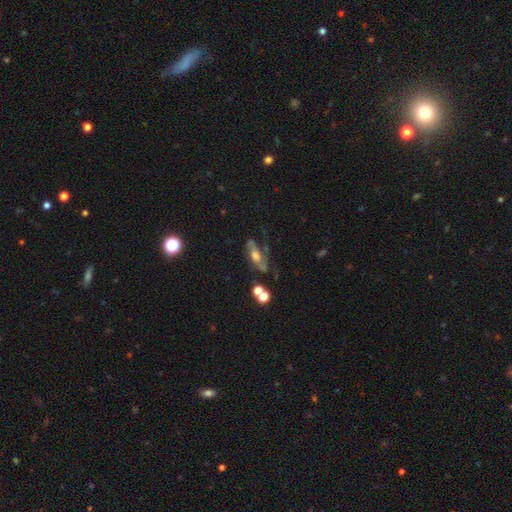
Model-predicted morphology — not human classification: Smooth or featured?
  - featured or disk: 67% *
  - smooth: 22%
  - star or artifact: 11%
Edge-on disk?
  - no: 87% *
  - yes: 13%
Bar?
  - no: 63% *
  - weak: 27%
  - strong: 10%
Spiral arms?
  - yes: 80% *
  - no: 20%
Bulge size?
  - moderate: 50% *
  - large: 25%
  - small: 16%
  - none: 6%
  - dominant: 3%
Merging?
  - none: 48% *
  - major disturbance: 22%
  - minor disturbance: 22%
  - merger: 8%